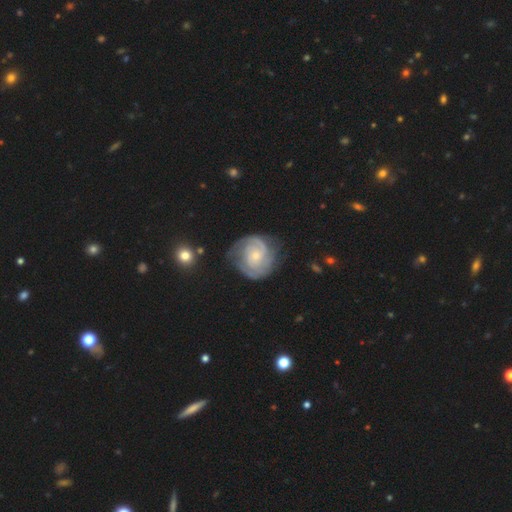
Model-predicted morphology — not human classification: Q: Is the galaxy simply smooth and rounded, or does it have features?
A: featured or disk — 83%.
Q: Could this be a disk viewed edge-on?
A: no — 98%.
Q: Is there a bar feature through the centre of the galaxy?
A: no — 71%.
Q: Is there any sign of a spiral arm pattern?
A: yes — 95%.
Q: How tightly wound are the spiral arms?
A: tight — 61%.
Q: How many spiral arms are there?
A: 2 — 51%.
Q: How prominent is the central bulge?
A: small — 70%.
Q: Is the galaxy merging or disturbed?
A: none — 67%.